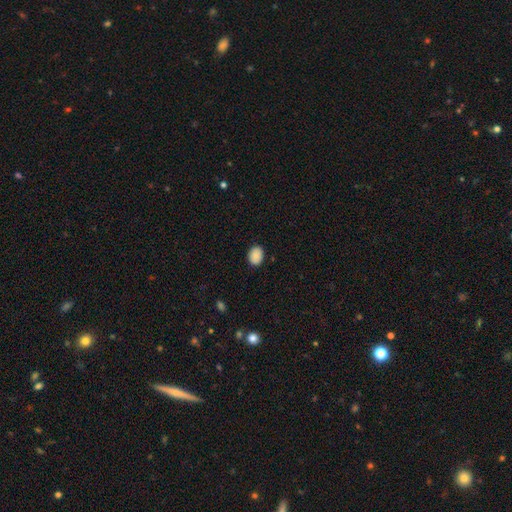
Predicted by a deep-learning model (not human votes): Smooth or featured?
  - smooth: 90% *
  - star or artifact: 7%
  - featured or disk: 3%
How rounded?
  - in between: 63% *
  - round: 36%
  - cigar-shaped: 1%
Merging?
  - none: 88% *
  - minor disturbance: 9%
  - major disturbance: 2%
  - merger: 1%